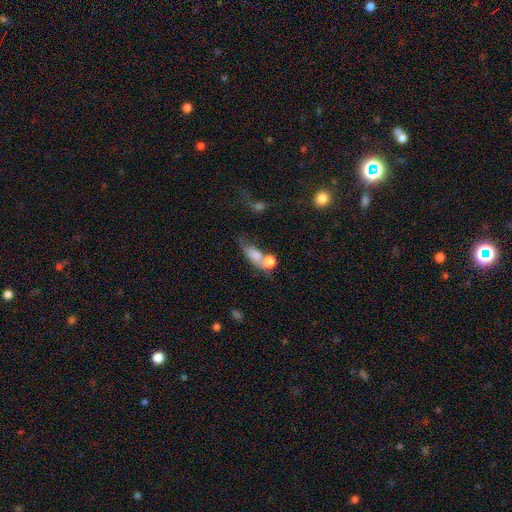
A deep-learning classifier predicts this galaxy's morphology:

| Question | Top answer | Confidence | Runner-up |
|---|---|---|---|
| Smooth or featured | smooth | 69% | featured or disk (19%) |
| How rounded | in between | 62% | cigar-shaped (19%) |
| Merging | merger | 40% | none (30%) |